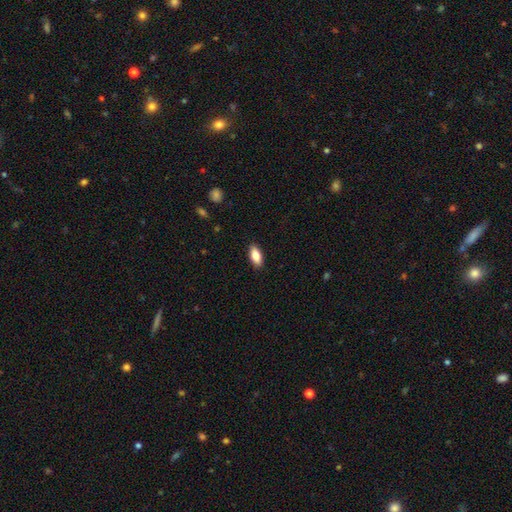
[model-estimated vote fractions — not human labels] This is clearly a smooth galaxy (83%). How rounded: clearly in between (86%). Merging: clearly none (89%).